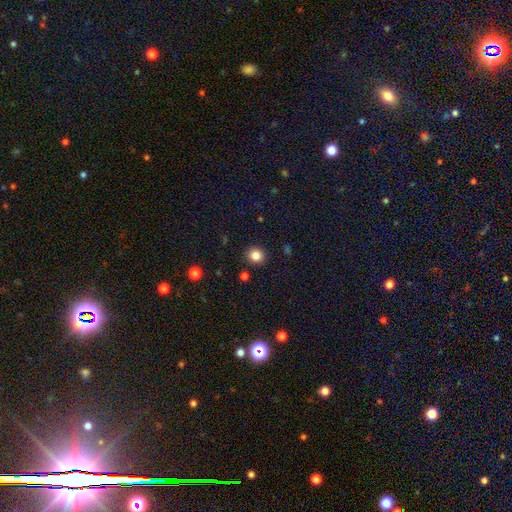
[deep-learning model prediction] Smooth or featured: smooth — 83% (star or artifact — 11%)
How rounded: round — 87% (in between — 13%)
Merging: none — 91% (minor disturbance — 6%)